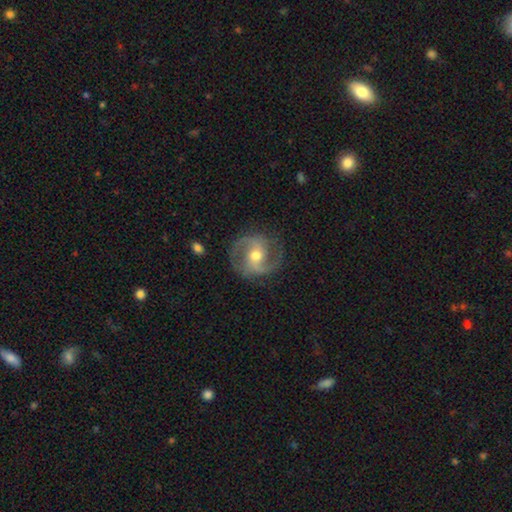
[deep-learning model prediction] Smooth or featured: featured or disk — 87% (smooth — 8%)
Edge-on disk: no — 97% (yes — 3%)
Bar: weak — 43% (no — 37%)
Spiral arms: yes — 96% (no — 4%)
Spiral winding: medium — 55% (loose — 25%)
Spiral arm count: 2 — 87% (3 — 4%)
Bulge size: moderate — 71% (small — 22%)
Merging: none — 79% (minor disturbance — 14%)